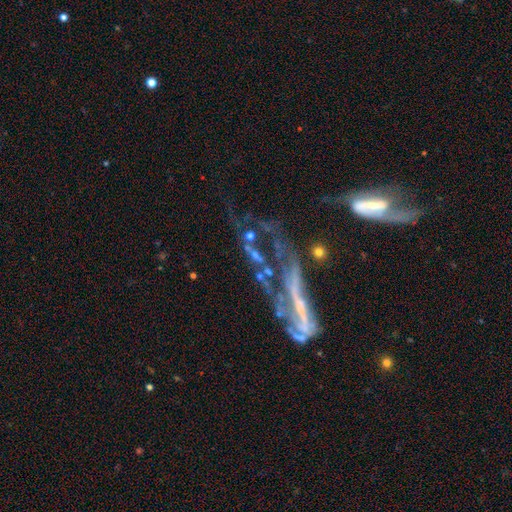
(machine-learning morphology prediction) Q: Smooth or featured?
A: featured or disk (58%); runner-up: star or artifact (23%)
Q: Edge-on disk?
A: no (82%); runner-up: yes (18%)
Q: Merging?
A: none (36%); runner-up: major disturbance (30%)